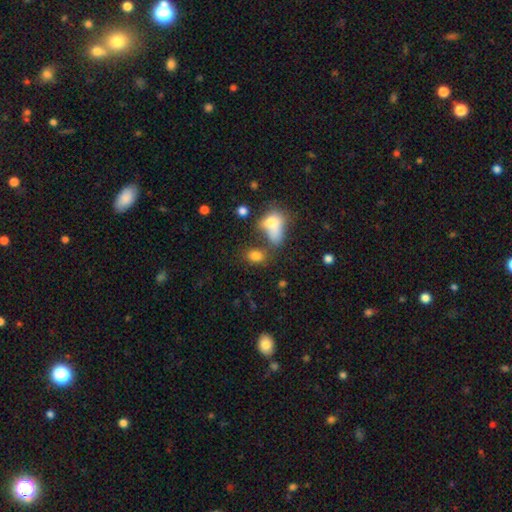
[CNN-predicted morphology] Overall: smooth (79%). How rounded: in between (76%). Merging: none (52%; merger 26%).